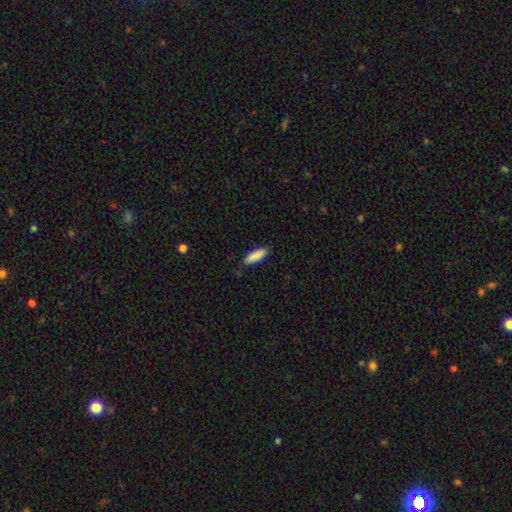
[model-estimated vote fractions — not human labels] Smooth or featured: smooth — 89% (star or artifact — 6%)
How rounded: cigar-shaped — 55% (in between — 43%)
Merging: none — 87% (minor disturbance — 10%)